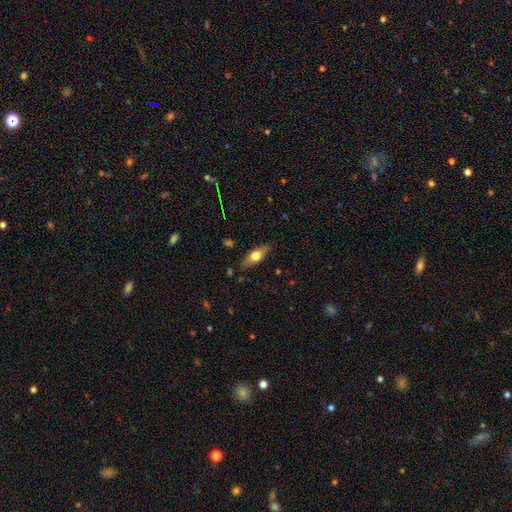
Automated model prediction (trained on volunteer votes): smooth 60%, featured or disk 33%, star or artifact 7%. Down the decision tree: how rounded — in between (72%); merging — none (81%).